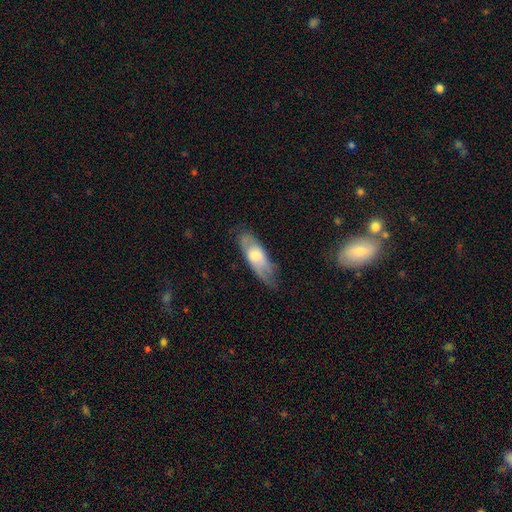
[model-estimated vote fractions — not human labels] Q: Smooth or featured?
A: smooth (59%); runner-up: featured or disk (35%)
Q: How rounded?
A: in between (65%); runner-up: cigar-shaped (33%)
Q: Merging?
A: none (64%); runner-up: minor disturbance (26%)